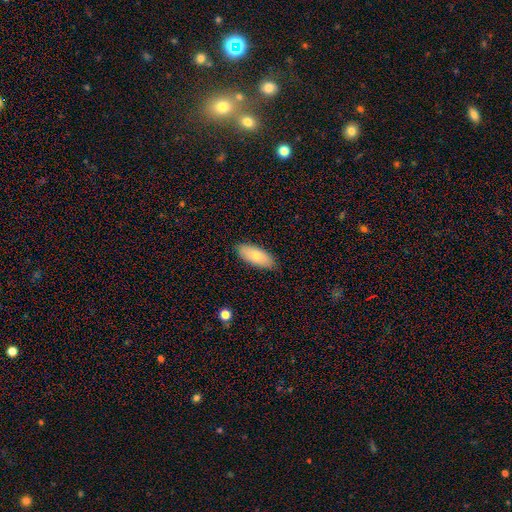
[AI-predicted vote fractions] This appears to be a smooth galaxy with no disk features (76%) that is in between round and cigar-shaped (85%). Merging: none (85%).